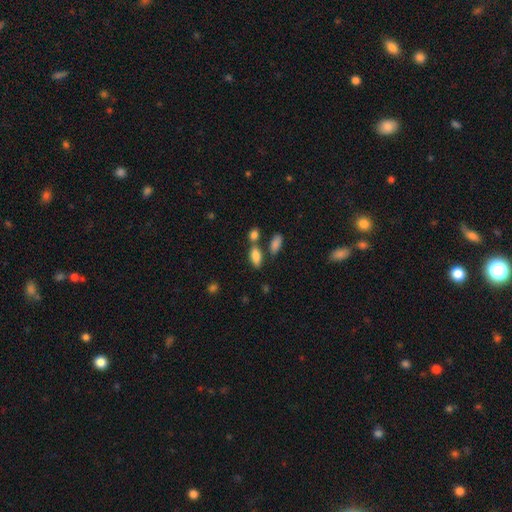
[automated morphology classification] A smooth galaxy with no disk features (84%) that is in between round and cigar-shaped (85%).

Vote fractions:
- Smooth or featured? smooth: 84% / star or artifact: 8% / featured or disk: 8%
- How rounded? in between: 85% / cigar-shaped: 10% / round: 5%
- Merging? none: 60% / merger: 22% / minor disturbance: 13% / major disturbance: 4%